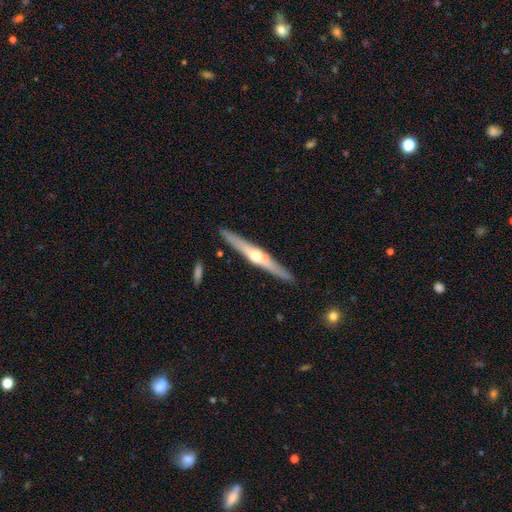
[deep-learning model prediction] featured or disk 69%, smooth 26%, star or artifact 5%. Down the decision tree: edge-on disk — yes (96%); edge-on bulge — rounded (91%); merging — none (86%).